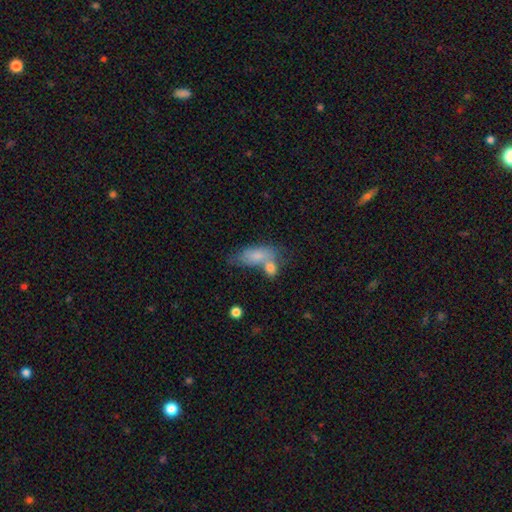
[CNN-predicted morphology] Q: Smooth or featured?
A: smooth (77%); runner-up: featured or disk (16%)
Q: How rounded?
A: in between (84%); runner-up: cigar-shaped (11%)
Q: Merging?
A: merger (44%); runner-up: none (31%)